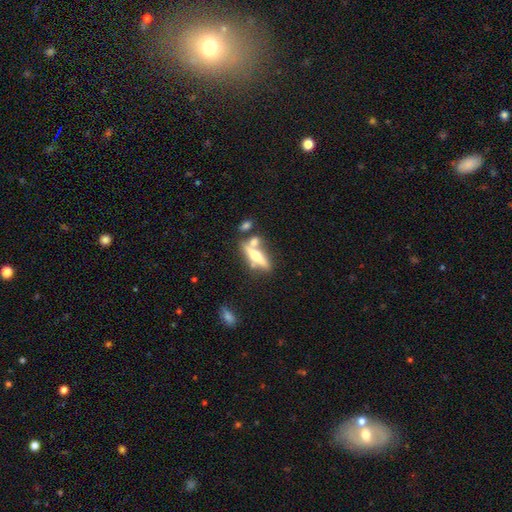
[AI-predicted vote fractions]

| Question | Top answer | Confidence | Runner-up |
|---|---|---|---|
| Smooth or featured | featured or disk | 60% | smooth (33%) |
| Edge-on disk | yes | 91% | no (9%) |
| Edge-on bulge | rounded | 91% | boxy (5%) |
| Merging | none | 59% | merger (23%) |